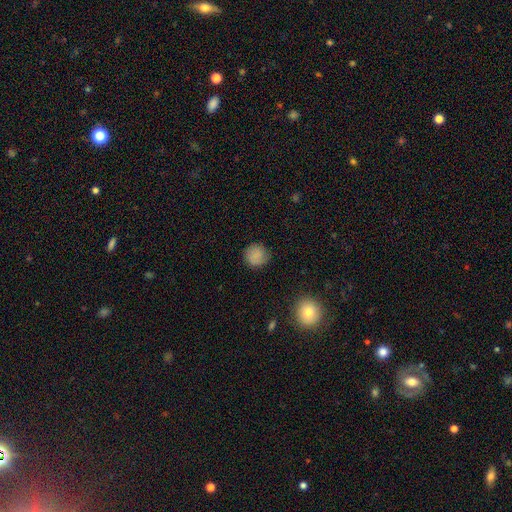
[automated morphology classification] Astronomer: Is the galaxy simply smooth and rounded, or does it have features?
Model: smooth — 83%.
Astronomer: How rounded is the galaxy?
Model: round — 91%.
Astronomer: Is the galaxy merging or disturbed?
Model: none — 83%.